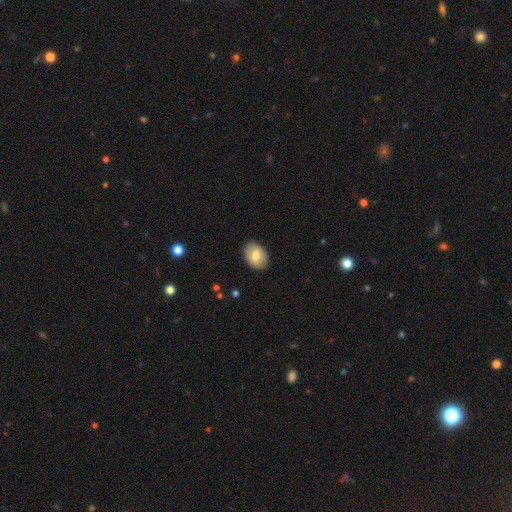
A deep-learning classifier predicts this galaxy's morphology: smooth 77%, featured or disk 16%, star or artifact 7%. Down the decision tree: how rounded — in between (79%); merging — none (88%).